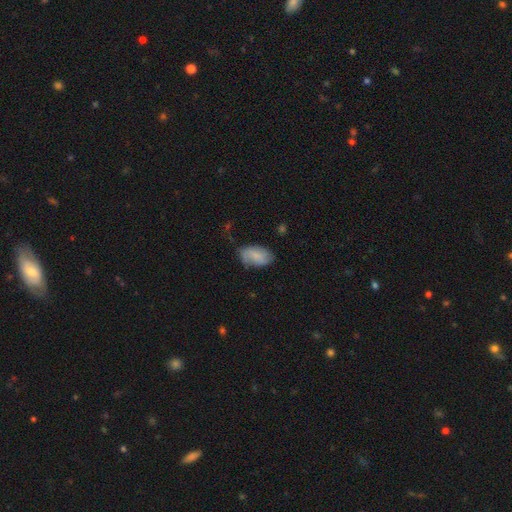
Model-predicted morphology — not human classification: smooth-or-featured: smooth: 76% | featured or disk: 17% | star or artifact: 7%
  how-rounded: in between: 94% | round: 5% | cigar-shaped: 2%
  merging: none: 66% | minor disturbance: 27% | major disturbance: 6% | merger: 2%